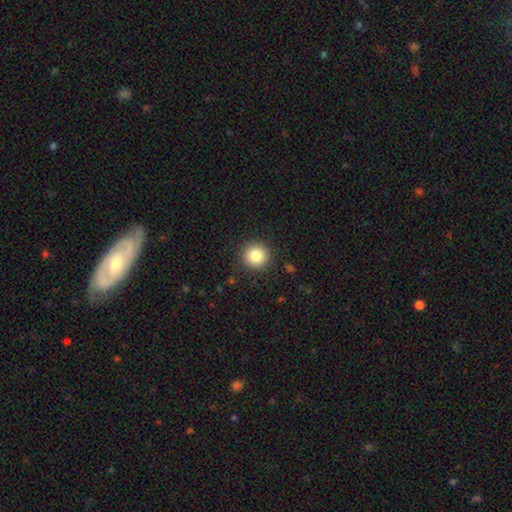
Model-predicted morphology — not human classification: The model was most divided on "smooth or featured": smooth: 83%, star or artifact: 10%, featured or disk: 6%. More confident: how rounded — round (95%); merging — none (90%).